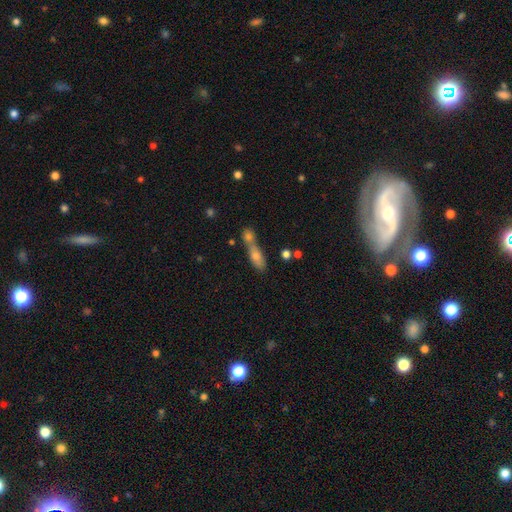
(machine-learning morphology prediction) Smooth or featured? Predicted: smooth (p=0.66). How rounded? Predicted: in between (p=0.54). Merging? Predicted: merger (p=0.53).